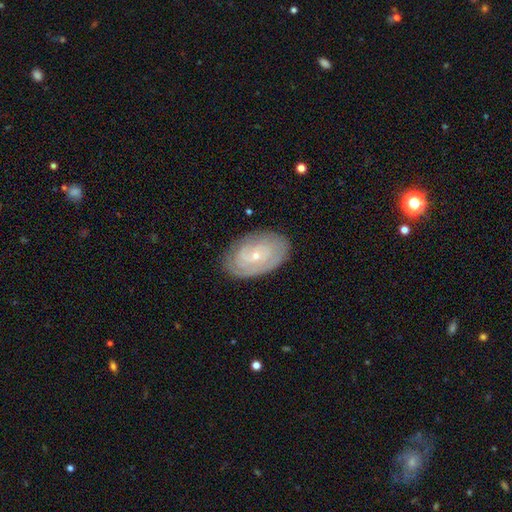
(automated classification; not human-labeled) smooth-or-featured: featured or disk: 74% | smooth: 20% | star or artifact: 6%
  disk-edge-on: no: 95% | yes: 5%
    bar: no: 73% | weak: 22% | strong: 6%
    has-spiral-arms: yes: 84% | no: 16%
      spiral-winding: tight: 76% | medium: 18% | loose: 5%
      spiral-arm-count: can't tell: 47% | 2: 27% | 3: 11% | 1: 6% | 4: 5% | more than 4: 4%
    bulge-size: small: 80% | moderate: 17% | none: 1% | large: 1% | dominant: 1%
  merging: none: 81% | minor disturbance: 14% | major disturbance: 4% | merger: 1%